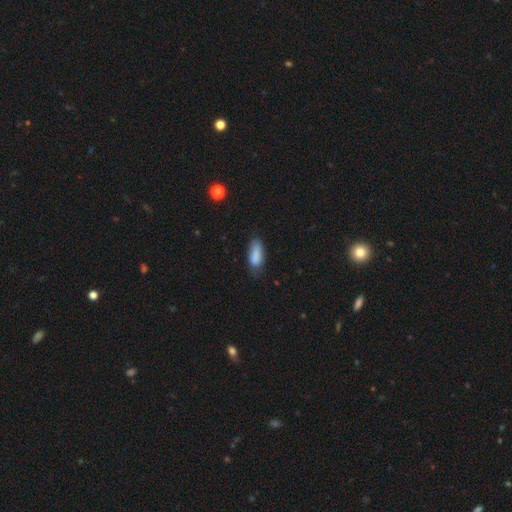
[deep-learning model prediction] Q: Smooth or featured?
A: smooth (85%); runner-up: star or artifact (8%)
Q: How rounded?
A: in between (79%); runner-up: cigar-shaped (19%)
Q: Merging?
A: none (61%); runner-up: minor disturbance (30%)